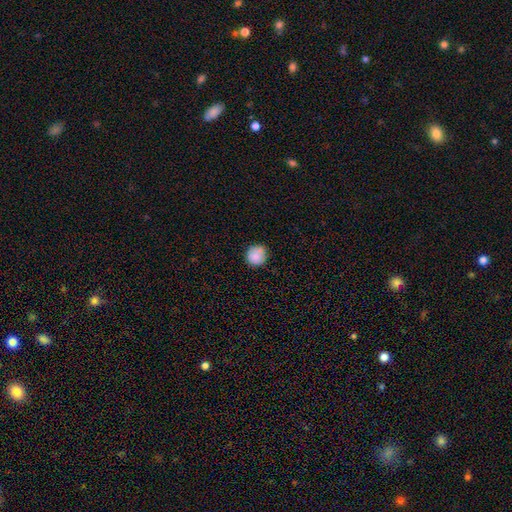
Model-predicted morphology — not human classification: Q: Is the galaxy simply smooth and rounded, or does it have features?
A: smooth — 84%.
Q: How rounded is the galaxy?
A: round — 91%.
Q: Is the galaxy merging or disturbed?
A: none — 78%.